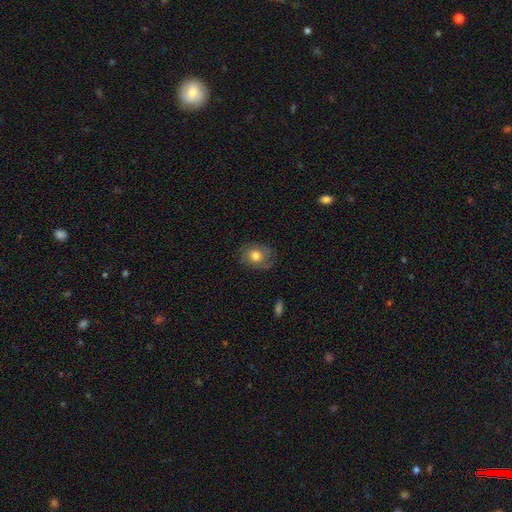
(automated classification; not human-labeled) The model was most divided on "how rounded": round: 53%, in between: 46%, cigar-shaped: 1%. More confident: merging — none (74%); smooth or featured — smooth (67%).